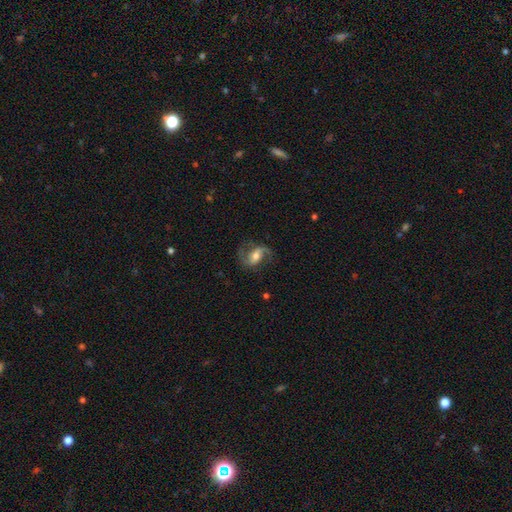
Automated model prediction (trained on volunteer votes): A featured or disk galaxy (79%) with a weak bar (41%), 2 (89%) loose (51%) spiral arms (94%) and a moderate central bulge (61%).

Vote fractions:
- Smooth or featured? featured or disk: 79% / smooth: 14% / star or artifact: 7%
- Edge-on disk? no: 97% / yes: 3%
- Bar? weak: 41% / no: 30% / strong: 29%
- Spiral arms? yes: 94% / no: 6%
- Spiral winding? loose: 51% / medium: 40% / tight: 9%
- Spiral arm count? 2: 89% / 1: 5% / can't tell: 3% / 3: 1% / 4: 1% / more than 4: 1%
- Bulge size? moderate: 61% / small: 26% / large: 8% / none: 2% / dominant: 1%
- Merging? none: 71% / minor disturbance: 16% / major disturbance: 12% / merger: 1%